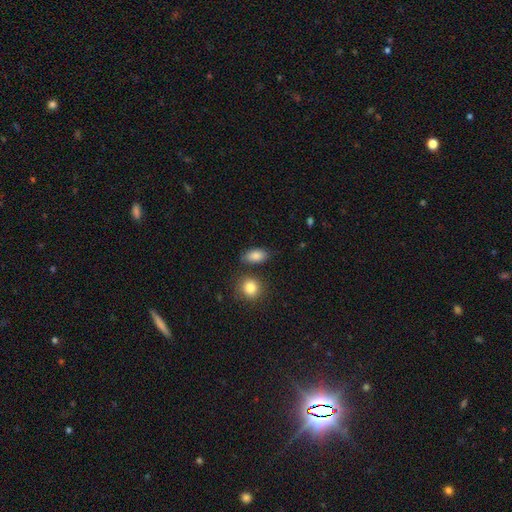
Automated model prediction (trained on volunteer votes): A smooth galaxy with no disk features (86%) that is in between round and cigar-shaped (87%).

Vote fractions:
- Smooth or featured? smooth: 86% / star or artifact: 8% / featured or disk: 6%
- How rounded? in between: 87% / round: 10% / cigar-shaped: 3%
- Merging? none: 75% / minor disturbance: 14% / merger: 7% / major disturbance: 4%